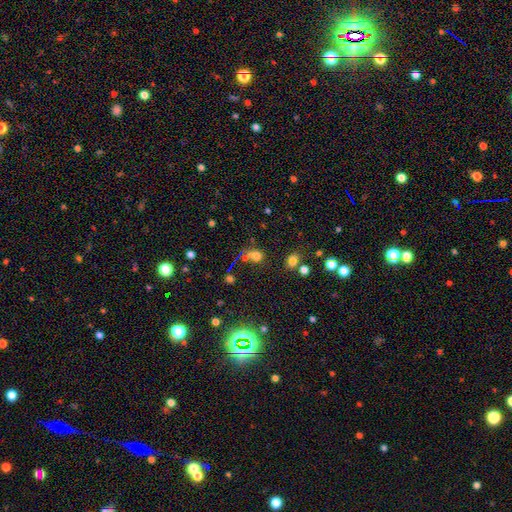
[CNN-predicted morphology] This appears to be a smooth galaxy with no disk features (60%) that is round (57%). Merging: none (42%).